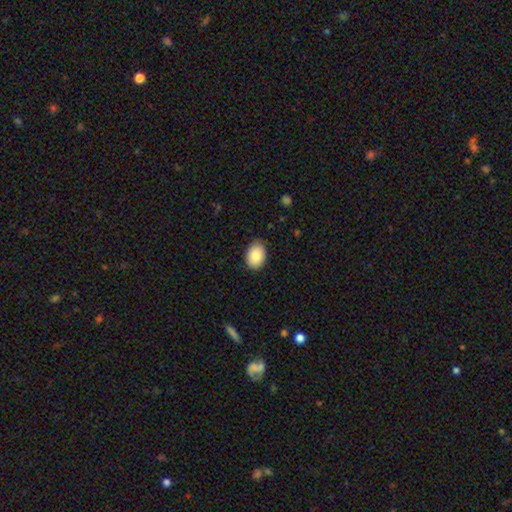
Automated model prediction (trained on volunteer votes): smooth 86%, featured or disk 8%, star or artifact 7%. Down the decision tree: how rounded — in between (80%); merging — none (85%).